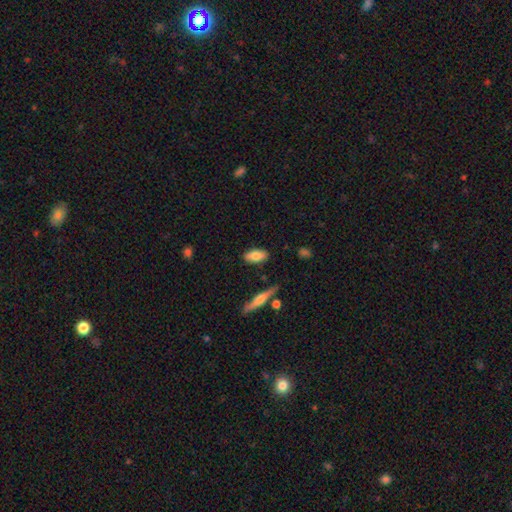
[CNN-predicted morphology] A smooth galaxy with no disk features (77%) that is in between round and cigar-shaped (84%).

Vote fractions:
- Smooth or featured? smooth: 77% / featured or disk: 16% / star or artifact: 7%
- How rounded? in between: 84% / cigar-shaped: 13% / round: 3%
- Merging? none: 84% / minor disturbance: 11% / merger: 3% / major disturbance: 2%